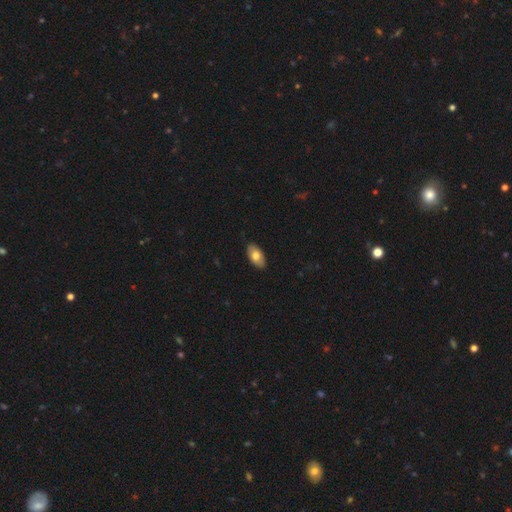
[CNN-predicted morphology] Smooth or featured?
  - smooth: 74% *
  - featured or disk: 20%
  - star or artifact: 6%
How rounded?
  - in between: 94% *
  - round: 3%
  - cigar-shaped: 2%
Merging?
  - none: 87% *
  - minor disturbance: 10%
  - major disturbance: 2%
  - merger: 1%